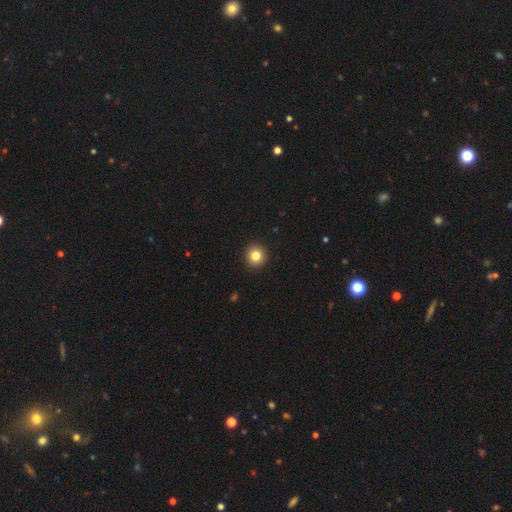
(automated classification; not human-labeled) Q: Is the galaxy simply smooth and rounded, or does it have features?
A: smooth — 83%.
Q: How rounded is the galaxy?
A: round — 95%.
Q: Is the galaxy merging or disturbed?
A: none — 93%.